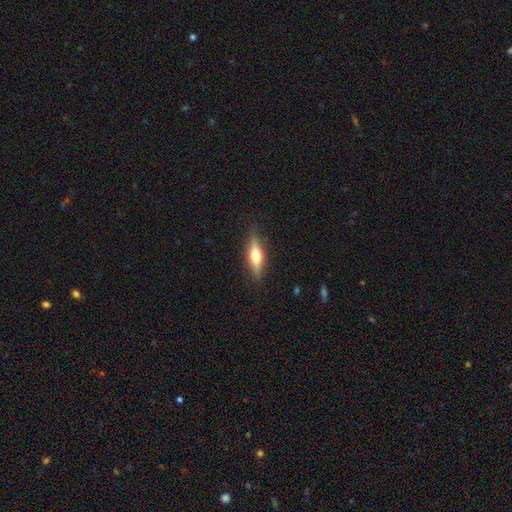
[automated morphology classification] A featured or disk galaxy (51%) viewed edge-on (92%).

Vote fractions:
- Smooth or featured? featured or disk: 51% / smooth: 42% / star or artifact: 7%
- Edge-on disk? yes: 92% / no: 8%
- Merging? none: 87% / minor disturbance: 10% / major disturbance: 2% / merger: 1%